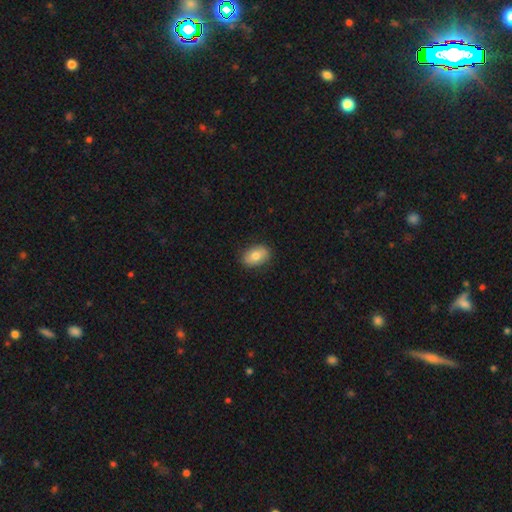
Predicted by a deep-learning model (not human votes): Morphology: type=smooth (78%); roundness=in between (84%); merging=none (85%).